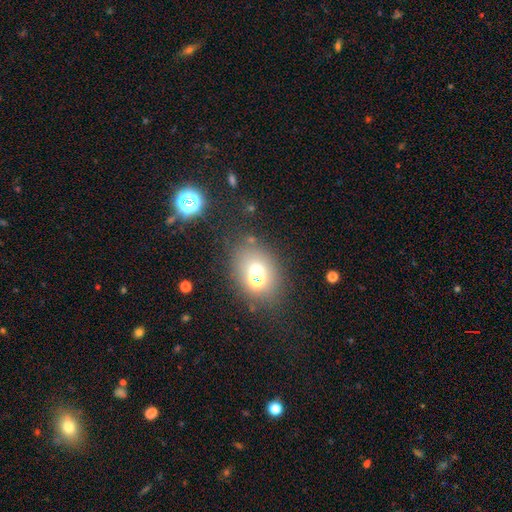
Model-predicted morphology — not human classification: Q: Smooth or featured?
A: smooth (55%); runner-up: star or artifact (28%)
Q: How rounded?
A: in between (71%); runner-up: round (26%)
Q: Merging?
A: none (69%); runner-up: minor disturbance (16%)